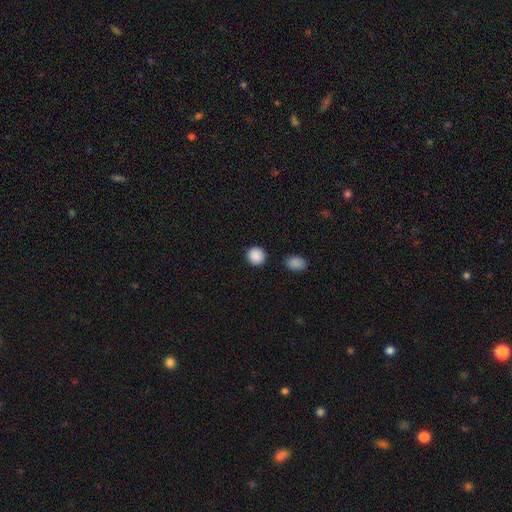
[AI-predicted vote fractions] Smooth or featured: smooth — 89% (star or artifact — 8%)
How rounded: round — 88% (in between — 11%)
Merging: none — 87% (minor disturbance — 7%)